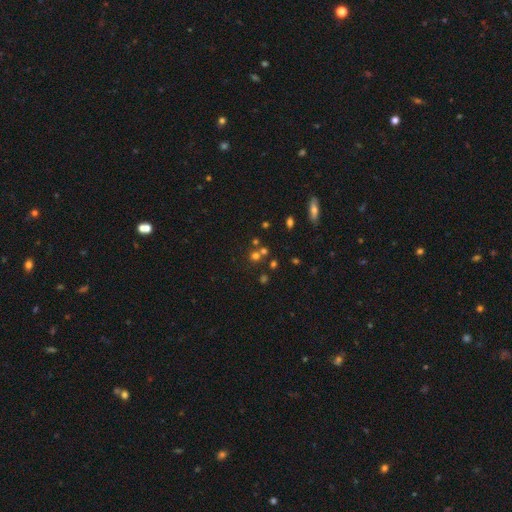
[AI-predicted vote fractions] smooth 55%, star or artifact 32%, featured or disk 12%. Down the decision tree: how rounded — round (89%); merging — none (61%).